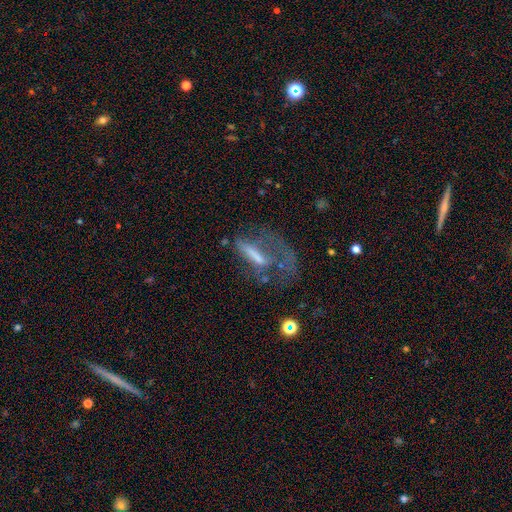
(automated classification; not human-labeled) The model was most divided on "smooth or featured": featured or disk: 50%, smooth: 36%, star or artifact: 14%. More confident: edge-on disk — no (73%); merging — major disturbance (51%).